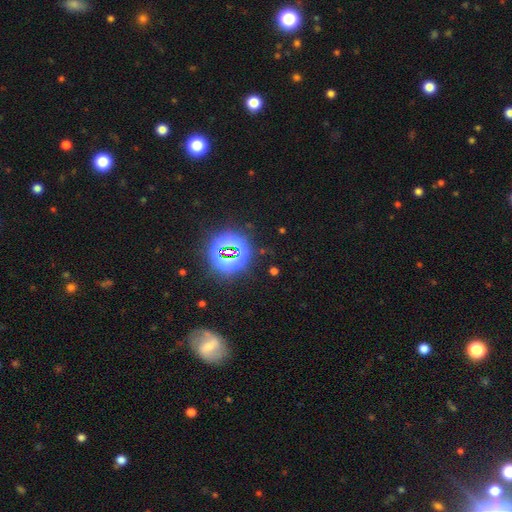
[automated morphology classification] Smooth or featured?
  - star or artifact: 80% *
  - smooth: 12%
  - featured or disk: 8%